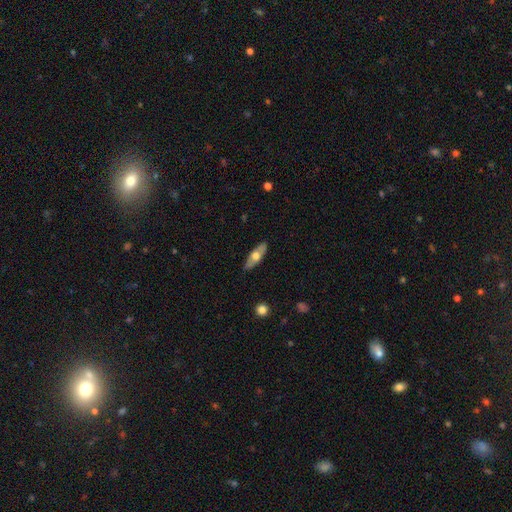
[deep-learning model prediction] This appears to be a smooth galaxy with no disk features (51%) that is in between round and cigar-shaped (60%). Merging: none (86%).